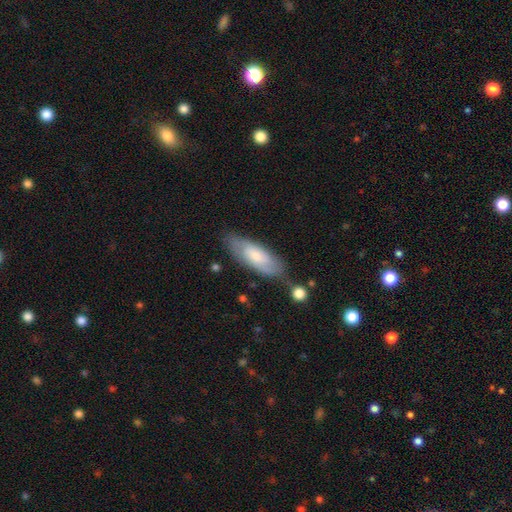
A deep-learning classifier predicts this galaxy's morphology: smooth_or_featured: smooth (p=0.53) [alt: featured or disk p=0.41]
how_rounded: in between (p=0.65) [alt: cigar-shaped p=0.33]
merging: none (p=0.70) [alt: minor disturbance p=0.20]